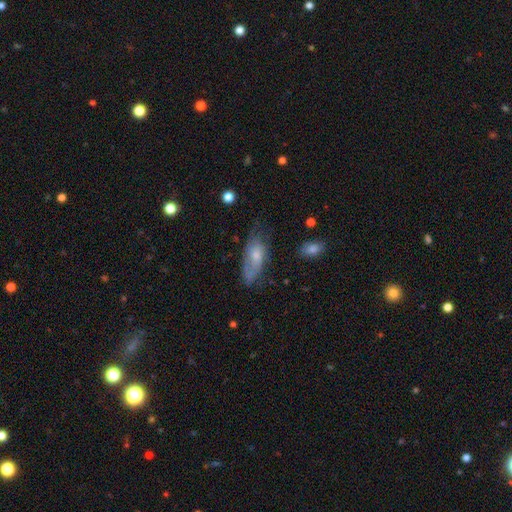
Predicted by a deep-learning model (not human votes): Overall: featured or disk (47%; smooth 45%). Merging: none (49%; minor disturbance 31%).